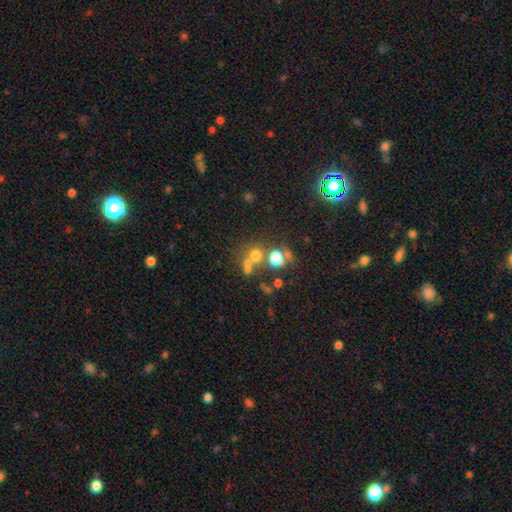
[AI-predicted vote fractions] Morphology: type=smooth (62%); roundness=round (82%); merging=none (48%).